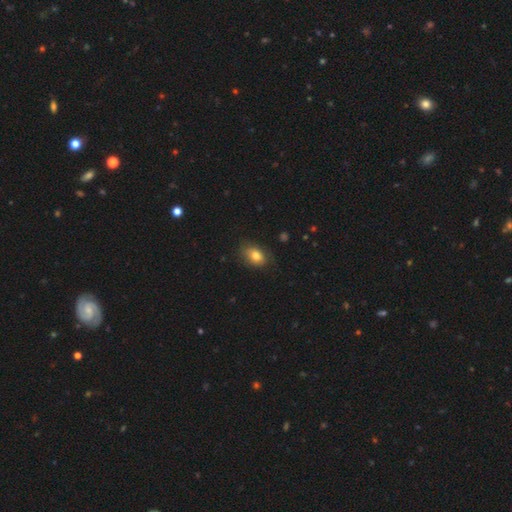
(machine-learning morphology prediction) Smooth or featured?
  - smooth: 81% *
  - featured or disk: 10%
  - star or artifact: 9%
How rounded?
  - in between: 79% *
  - round: 19%
  - cigar-shaped: 1%
Merging?
  - none: 76% *
  - minor disturbance: 19%
  - major disturbance: 4%
  - merger: 1%